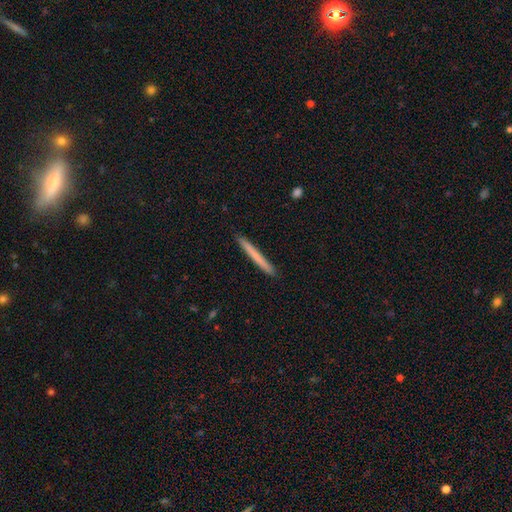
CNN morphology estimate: This appears to be a smooth galaxy with no disk features (68%) that is cigar-shaped (97%). Merging: none (92%).